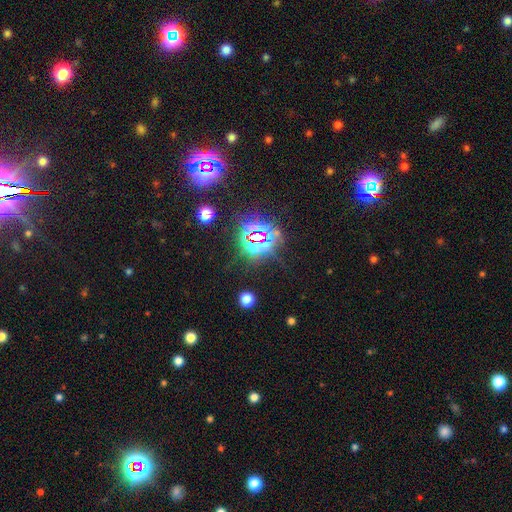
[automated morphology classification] Overall: star or artifact (79%).